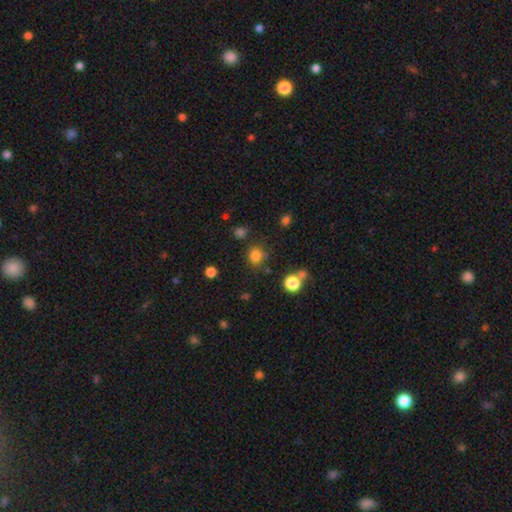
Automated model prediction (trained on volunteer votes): This appears to be a smooth galaxy with no disk features (79%) that is round (81%). Merging: none (75%).